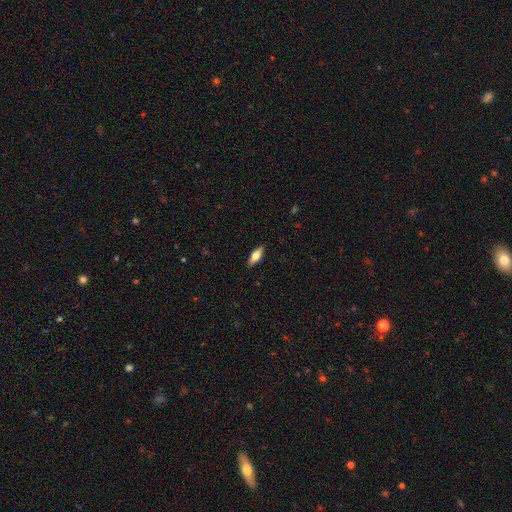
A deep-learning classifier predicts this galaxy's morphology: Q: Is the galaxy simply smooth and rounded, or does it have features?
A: smooth — 62%.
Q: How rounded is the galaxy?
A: in between — 67%.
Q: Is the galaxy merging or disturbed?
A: none — 88%.